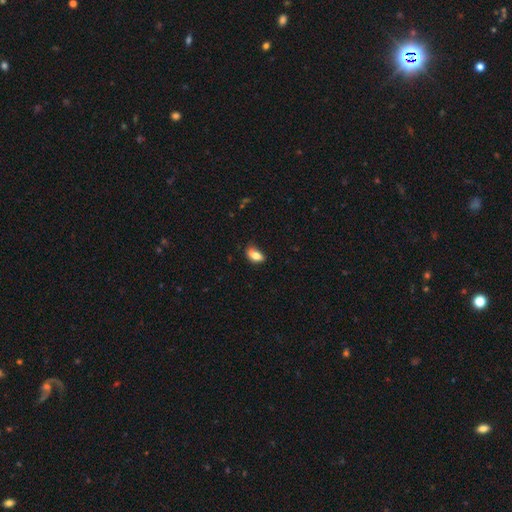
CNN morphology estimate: Smooth or featured? Predicted: smooth (p=0.80). How rounded? Predicted: in between (p=0.89). Merging? Predicted: none (p=0.60).